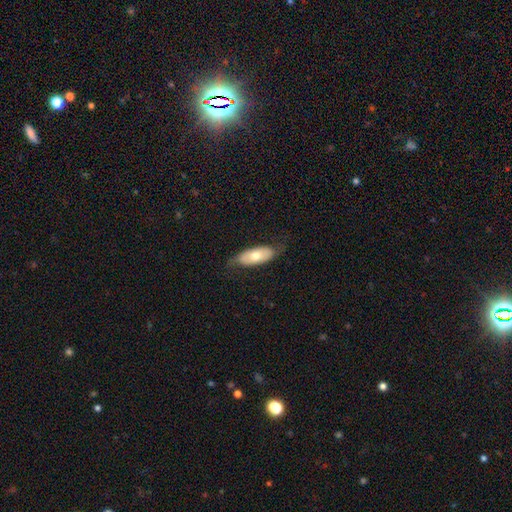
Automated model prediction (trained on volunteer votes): smooth_or_featured: smooth (p=0.60) [alt: featured or disk p=0.34]
how_rounded: in between (p=0.83) [alt: cigar-shaped p=0.14]
merging: none (p=0.72) [alt: minor disturbance p=0.20]